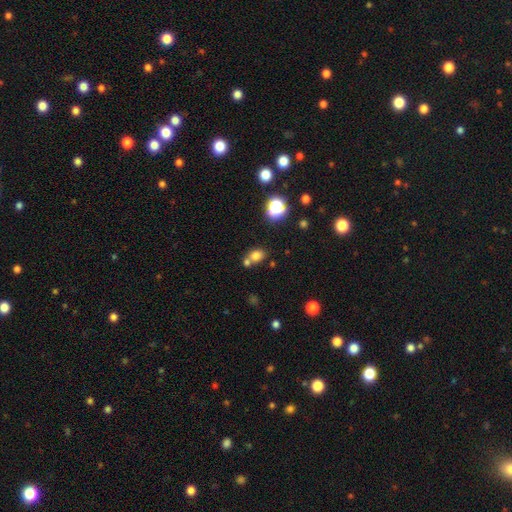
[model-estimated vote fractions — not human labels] Q: Smooth or featured?
A: smooth (75%); runner-up: star or artifact (16%)
Q: How rounded?
A: in between (52%); runner-up: round (46%)
Q: Merging?
A: none (53%); runner-up: merger (33%)